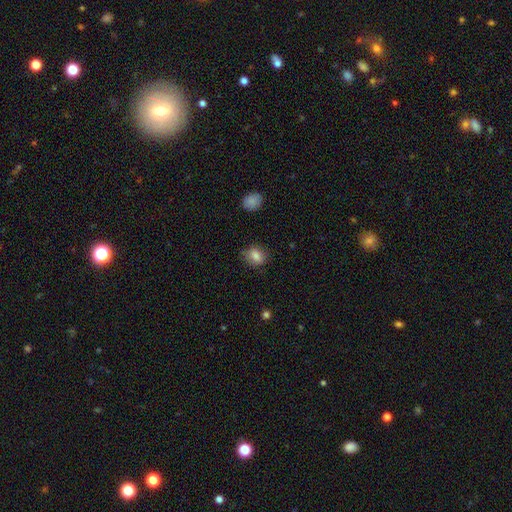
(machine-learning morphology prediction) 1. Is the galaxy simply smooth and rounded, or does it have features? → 84% smooth, 9% star or artifact, 7% featured or disk.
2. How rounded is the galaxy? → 54% in between, 45% round, 1% cigar-shaped.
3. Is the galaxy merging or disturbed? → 78% none, 16% minor disturbance, 4% major disturbance, 1% merger.